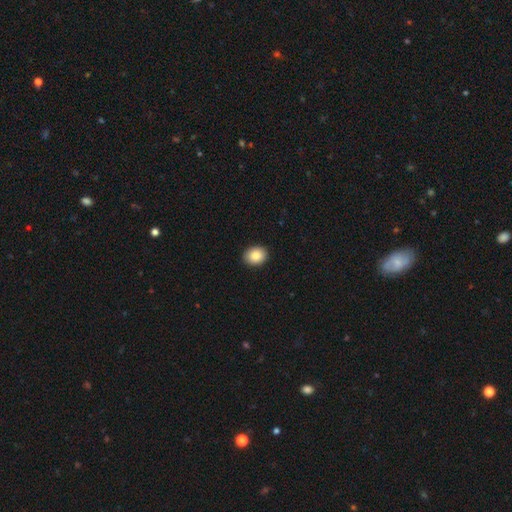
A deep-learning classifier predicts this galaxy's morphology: The model was most divided on "how rounded": in between: 54%, round: 45%, cigar-shaped: 1%. More confident: merging — none (91%); smooth or featured — smooth (88%).